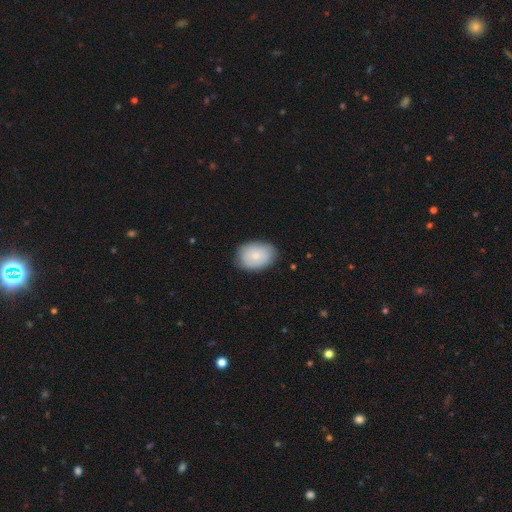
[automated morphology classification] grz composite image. It shows a smooth galaxy with no disk features (79%) that is in between round and cigar-shaped (76%). Merging: none (80%).